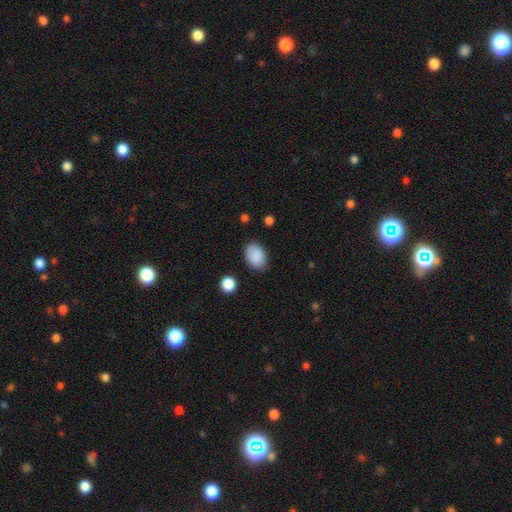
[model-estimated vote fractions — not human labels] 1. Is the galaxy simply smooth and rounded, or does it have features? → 89% smooth, 7% star or artifact, 4% featured or disk.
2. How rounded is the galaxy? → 81% in between, 18% round, 1% cigar-shaped.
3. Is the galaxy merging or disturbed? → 82% none, 13% minor disturbance, 3% major disturbance, 2% merger.